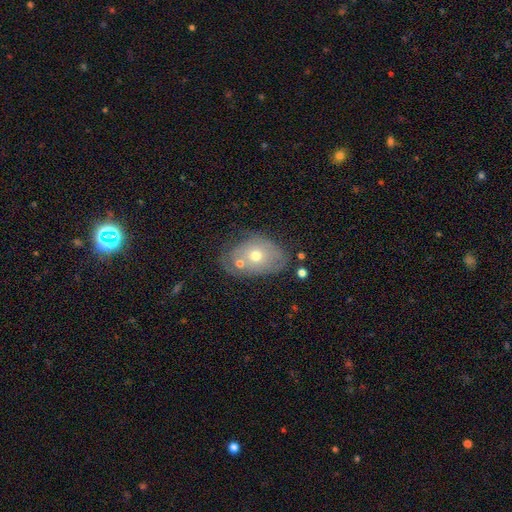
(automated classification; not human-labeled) Overall: smooth (50%; featured or disk 41%). How rounded: in between (74%). Merging: none (47%; merger 22%).